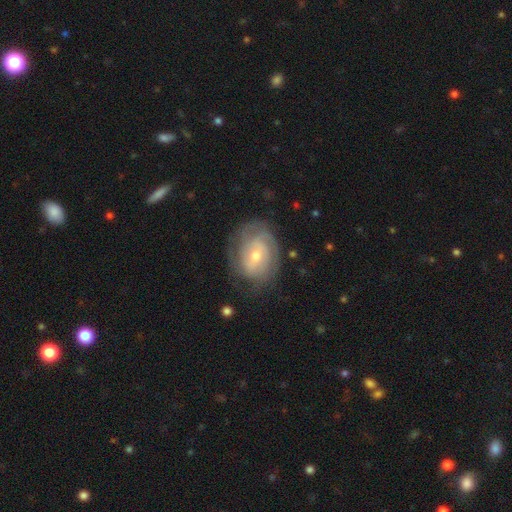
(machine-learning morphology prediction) type=featured or disk (75%); edge-on=no (97%); bar=no (55%); spiral arms=yes (88%); winding=tight (65%); arm count=can't tell (42%); bulge=moderate (49%); merging=none (71%).